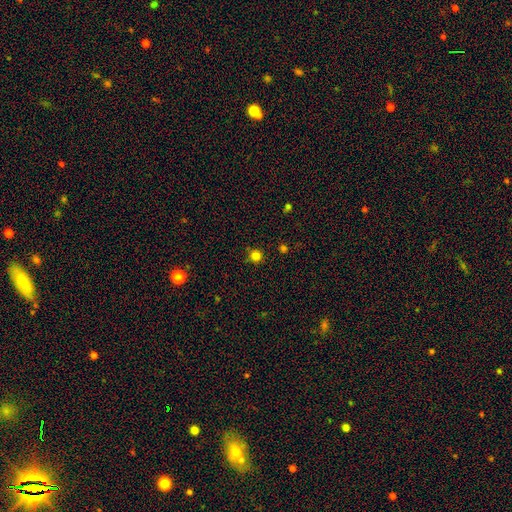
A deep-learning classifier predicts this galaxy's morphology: The model was most divided on "smooth or featured": smooth: 81%, star or artifact: 15%, featured or disk: 4%. More confident: how rounded — round (94%); merging — none (88%).